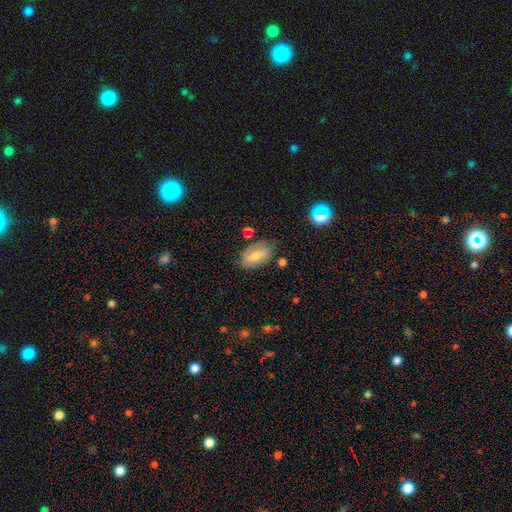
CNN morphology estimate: This appears to be a smooth galaxy with no disk features (58%) that is in between round and cigar-shaped (91%). Merging: none (65%).